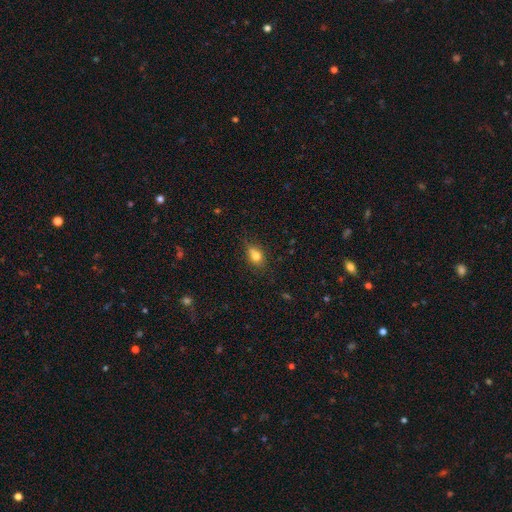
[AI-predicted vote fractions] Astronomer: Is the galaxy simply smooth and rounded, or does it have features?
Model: smooth — 77%.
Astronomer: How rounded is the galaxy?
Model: in between — 62%.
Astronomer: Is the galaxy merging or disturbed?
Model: none — 64%.